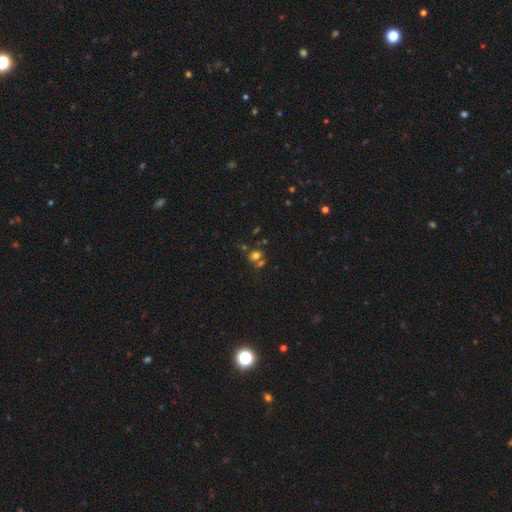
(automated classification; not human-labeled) smooth 63%, star or artifact 23%, featured or disk 14%. Down the decision tree: how rounded — round (55%); merging — none (48%).